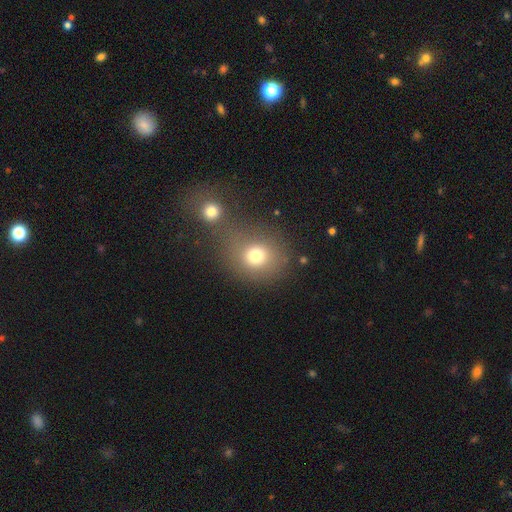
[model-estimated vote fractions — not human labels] Smooth or featured? Predicted: smooth (p=0.75). How rounded? Predicted: round (p=0.74). Merging? Predicted: none (p=0.58).